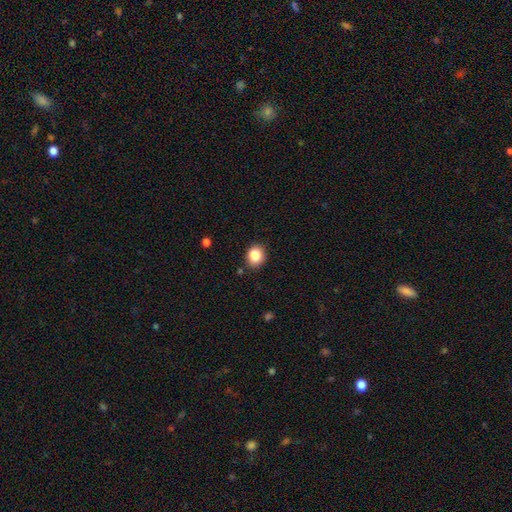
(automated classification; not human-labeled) Morphology: type=smooth (85%); roundness=round (64%); merging=none (86%).